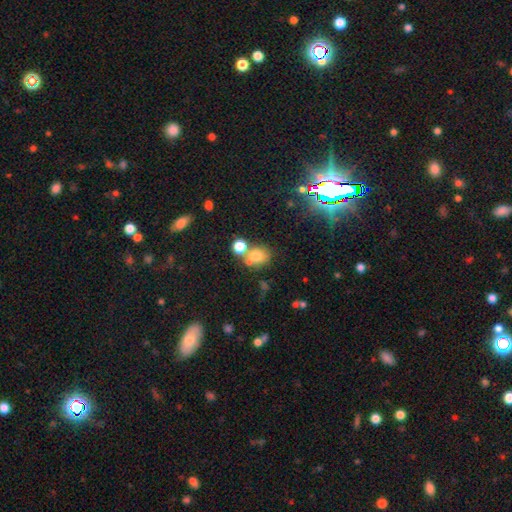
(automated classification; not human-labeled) Q: Smooth or featured?
A: smooth (72%); runner-up: star or artifact (15%)
Q: How rounded?
A: round (68%); runner-up: in between (31%)
Q: Merging?
A: none (48%); runner-up: merger (36%)